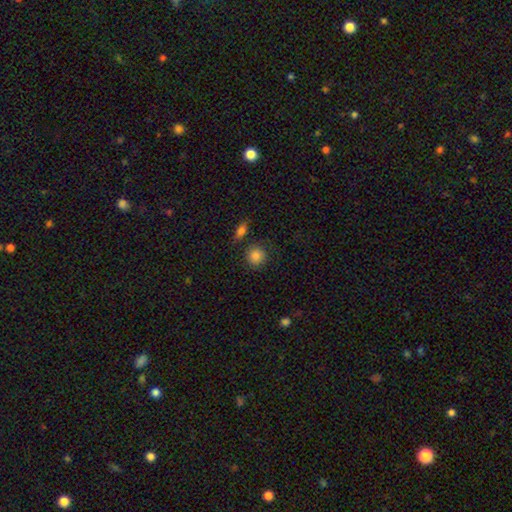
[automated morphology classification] This is clearly a smooth galaxy (86%). How rounded: clearly round (89%). Merging: clearly none (80%).